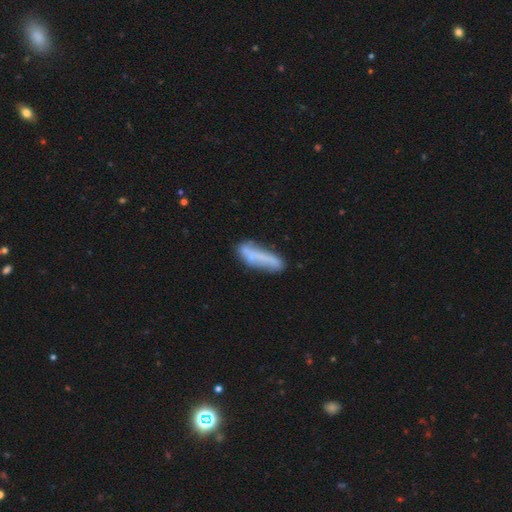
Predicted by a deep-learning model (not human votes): Smooth or featured: smooth — 53% (featured or disk — 38%)
How rounded: cigar-shaped — 74% (in between — 24%)
Merging: none — 61% (minor disturbance — 23%)